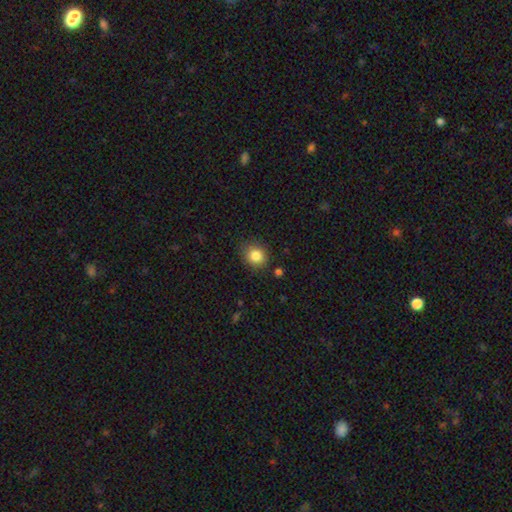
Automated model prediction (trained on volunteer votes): This is clearly a smooth galaxy (85%). How rounded: likely round (74%). Merging: clearly none (84%).